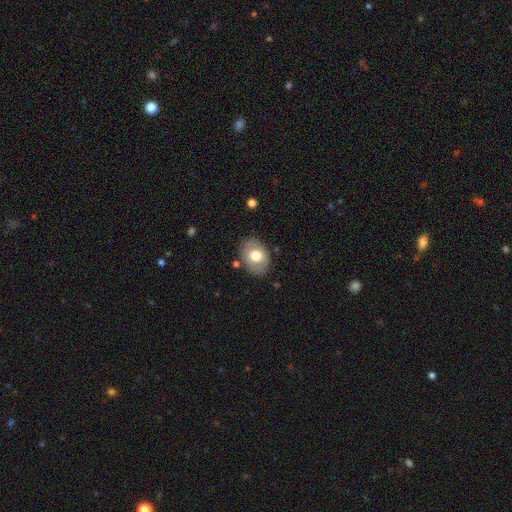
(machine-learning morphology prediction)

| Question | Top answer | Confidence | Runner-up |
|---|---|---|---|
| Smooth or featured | smooth | 66% | featured or disk (27%) |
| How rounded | in between | 73% | round (26%) |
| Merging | none | 81% | minor disturbance (13%) |